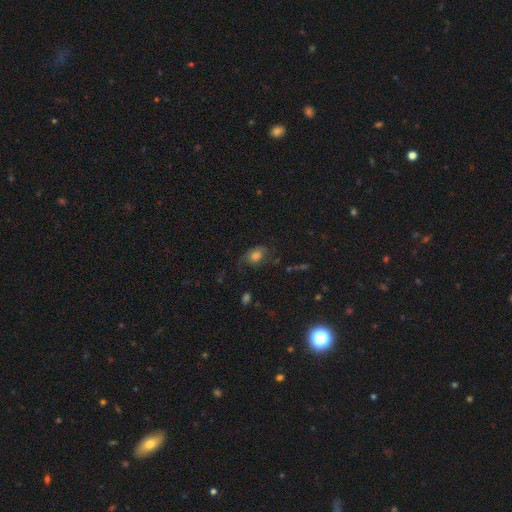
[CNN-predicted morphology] smooth_or_featured: smooth (p=0.56) [alt: featured or disk p=0.31]
how_rounded: in between (p=0.68) [alt: round p=0.31]
merging: none (p=0.50) [alt: minor disturbance p=0.25]